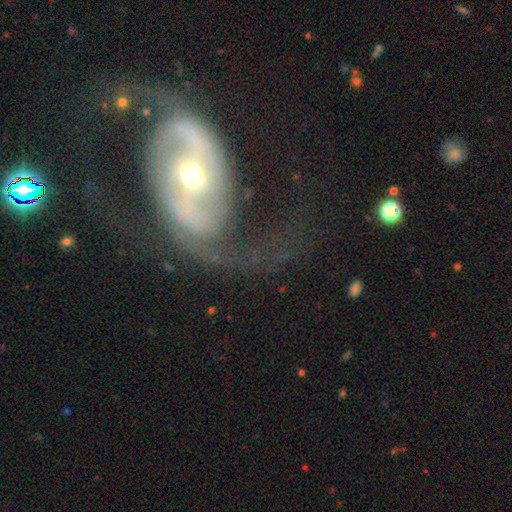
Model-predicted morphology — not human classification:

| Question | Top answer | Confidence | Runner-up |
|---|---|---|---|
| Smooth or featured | featured or disk | 86% | smooth (7%) |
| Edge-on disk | no | 96% | yes (4%) |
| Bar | strong | 37% | weak (34%) |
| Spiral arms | yes | 92% | no (8%) |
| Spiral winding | loose | 48% | medium (39%) |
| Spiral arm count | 2 | 90% | 1 (3%) |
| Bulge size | moderate | 63% | small (29%) |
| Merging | none | 61% | major disturbance (21%) |